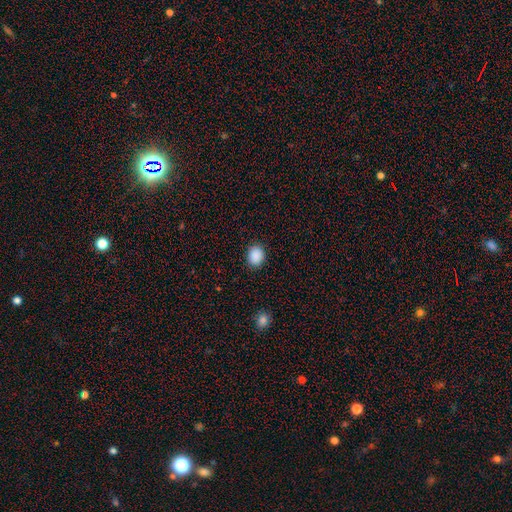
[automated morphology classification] type=smooth (90%); roundness=round (53%); merging=none (89%).